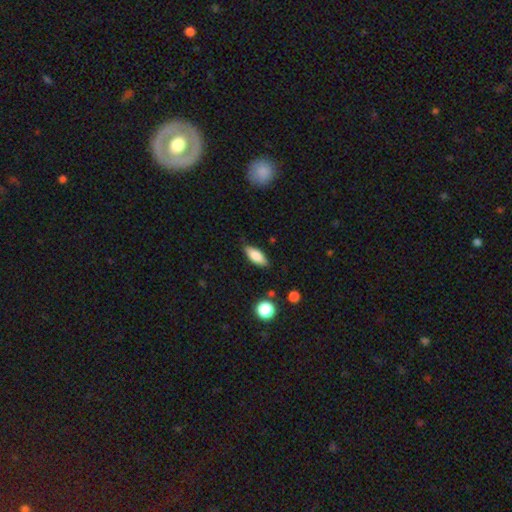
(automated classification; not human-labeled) A smooth galaxy with no disk features (78%) that is in between round and cigar-shaped (78%).

Vote fractions:
- Smooth or featured? smooth: 78% / featured or disk: 15% / star or artifact: 7%
- How rounded? in between: 78% / cigar-shaped: 19% / round: 3%
- Merging? none: 82% / minor disturbance: 13% / major disturbance: 3% / merger: 2%